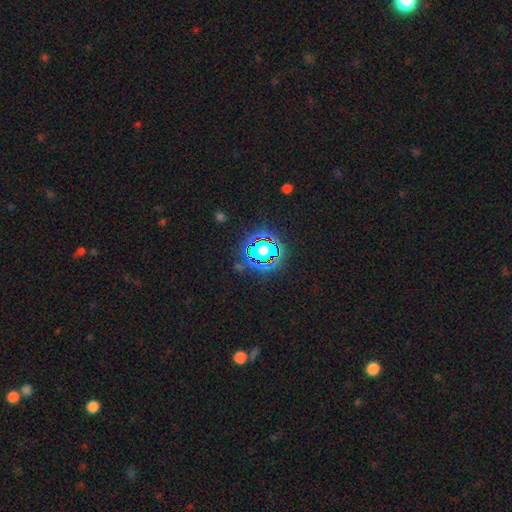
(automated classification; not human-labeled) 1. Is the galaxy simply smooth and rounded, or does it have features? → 81% star or artifact, 12% smooth, 8% featured or disk.